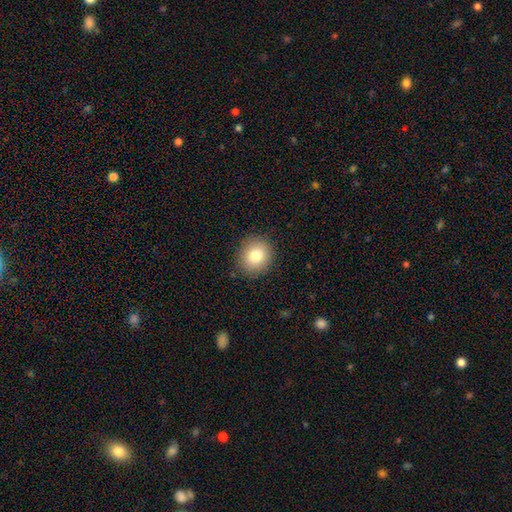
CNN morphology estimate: Smooth or featured? Predicted: smooth (p=0.81). How rounded? Predicted: round (p=0.76). Merging? Predicted: none (p=0.88).